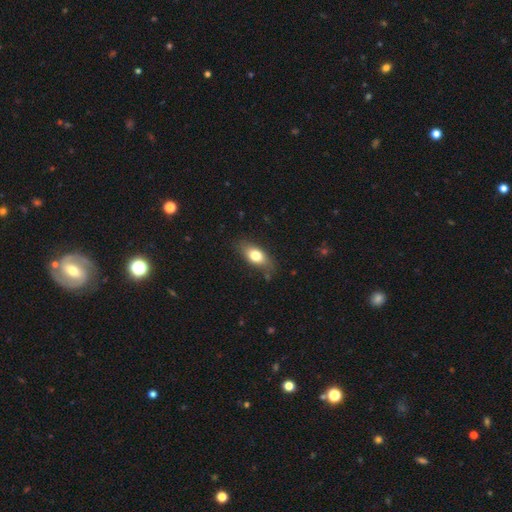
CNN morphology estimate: A smooth galaxy with no disk features (75%) that is in between round and cigar-shaped (83%). Merging: none (79%).